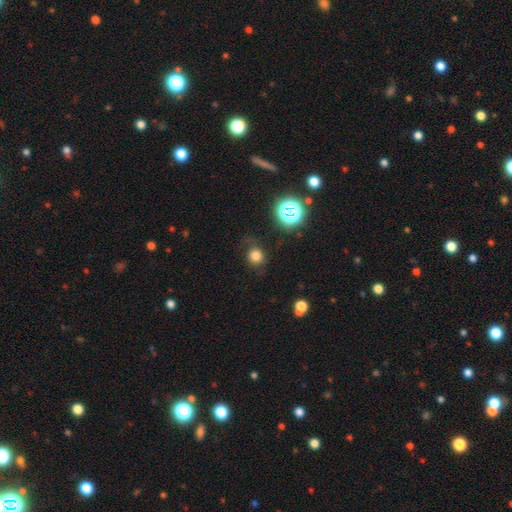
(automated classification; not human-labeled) Smooth or featured: smooth — 75% (star or artifact — 17%)
How rounded: round — 84% (in between — 15%)
Merging: none — 70% (minor disturbance — 18%)